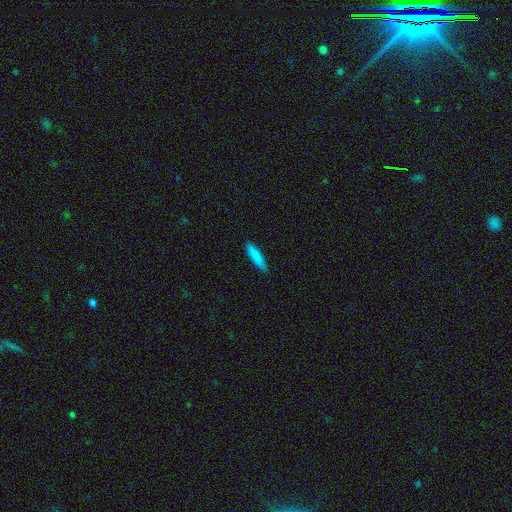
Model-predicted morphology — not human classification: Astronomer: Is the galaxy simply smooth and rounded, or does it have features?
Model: smooth — 86%.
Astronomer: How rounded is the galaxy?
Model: cigar-shaped — 79%.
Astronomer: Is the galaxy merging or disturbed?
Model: none — 87%.